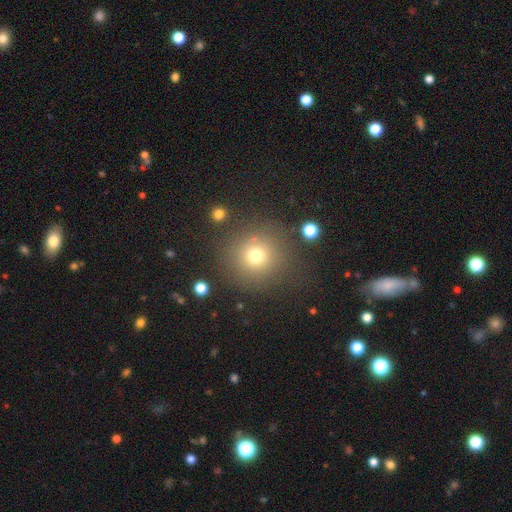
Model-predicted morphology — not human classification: This appears to be a smooth galaxy with no disk features (73%) that is round (93%). Merging: none (82%).